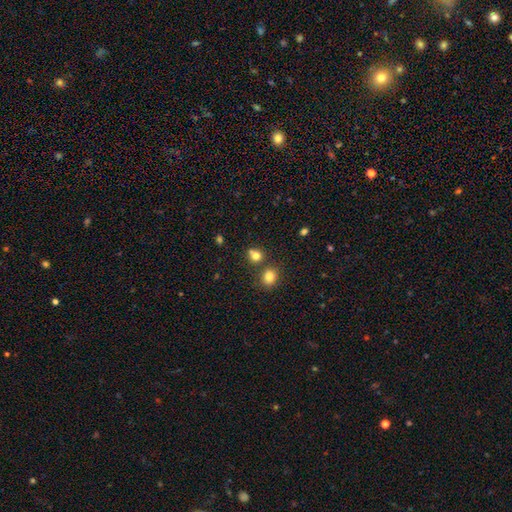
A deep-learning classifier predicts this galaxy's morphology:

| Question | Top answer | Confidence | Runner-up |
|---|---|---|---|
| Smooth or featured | smooth | 78% | star or artifact (15%) |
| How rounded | round | 78% | in between (21%) |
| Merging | none | 64% | merger (24%) |